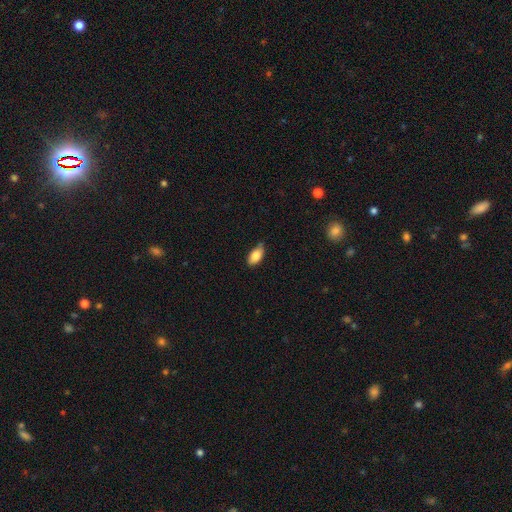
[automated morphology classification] The model was most divided on "merging": none: 69%, minor disturbance: 26%, major disturbance: 4%, merger: 2%. More confident: how rounded — in between (92%); smooth or featured — smooth (84%).